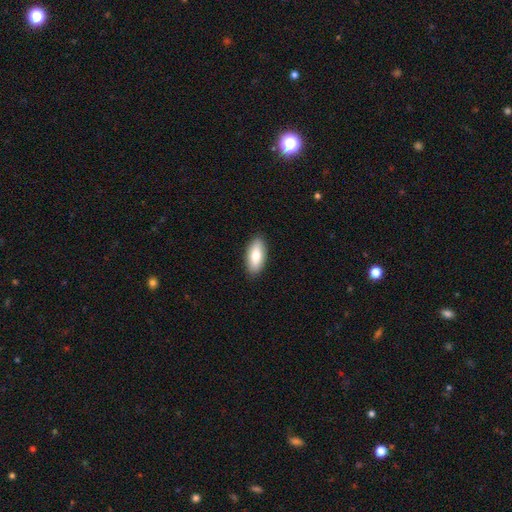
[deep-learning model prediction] Morphology: type=smooth (76%); roundness=in between (86%); merging=none (90%).